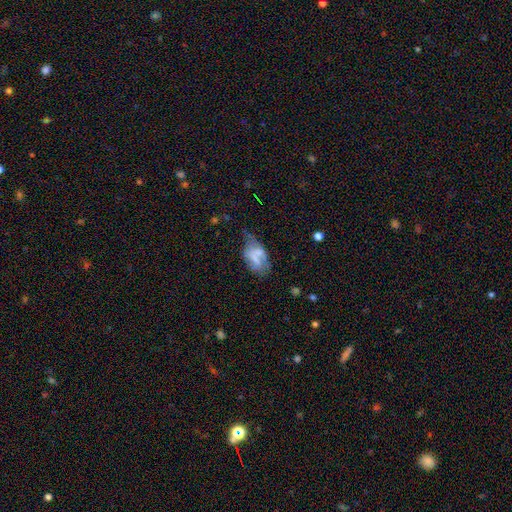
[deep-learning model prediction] The model was most divided on "smooth or featured" (2-way tie): smooth: 45%, featured or disk: 45%, star or artifact: 11%. Remaining: merging — minor disturbance (32%).